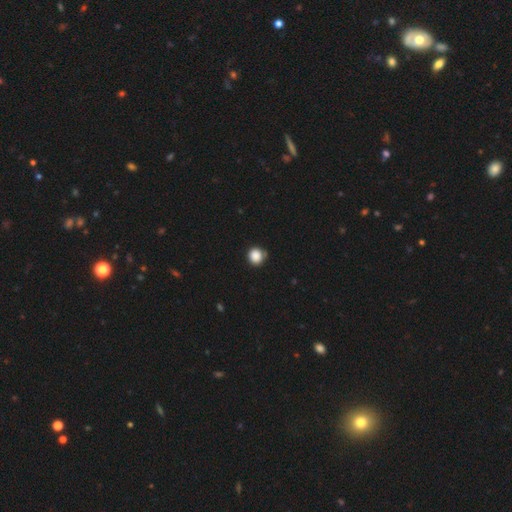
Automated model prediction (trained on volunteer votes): Overall: smooth (87%). How rounded: round (92%). Merging: none (80%).